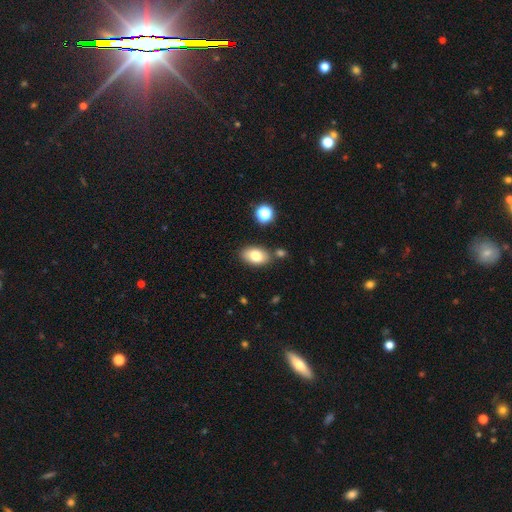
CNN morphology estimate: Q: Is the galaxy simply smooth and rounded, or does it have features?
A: smooth — 80%.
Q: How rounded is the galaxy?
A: in between — 90%.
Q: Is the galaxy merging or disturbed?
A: none — 78%.